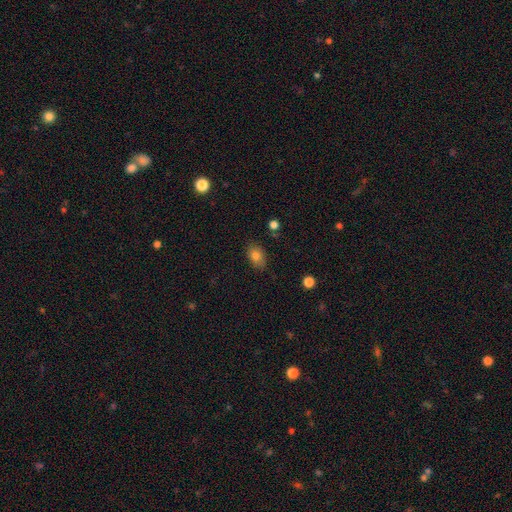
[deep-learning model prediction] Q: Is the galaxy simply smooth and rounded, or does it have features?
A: smooth — 80%.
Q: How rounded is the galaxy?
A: in between — 82%.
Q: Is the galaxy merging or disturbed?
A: none — 82%.